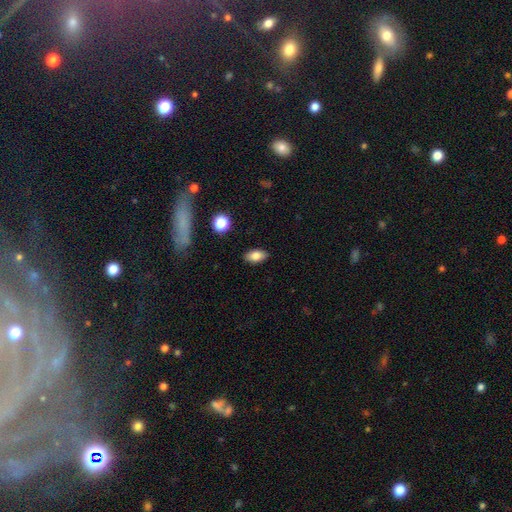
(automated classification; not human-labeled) Q: Smooth or featured?
A: smooth (81%); runner-up: featured or disk (11%)
Q: How rounded?
A: in between (90%); runner-up: round (6%)
Q: Merging?
A: none (87%); runner-up: minor disturbance (9%)